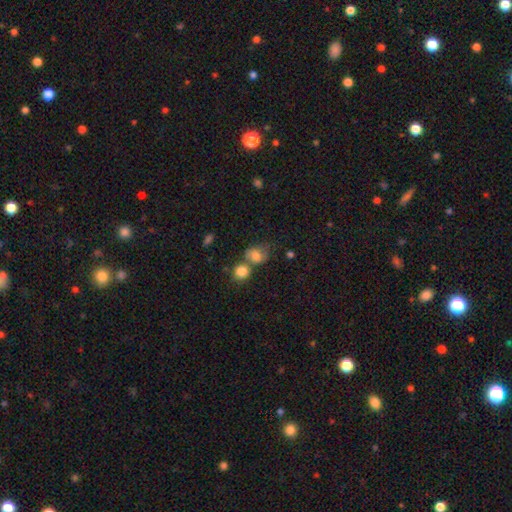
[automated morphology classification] smooth-or-featured: smooth: 75% | featured or disk: 14% | star or artifact: 11%
  how-rounded: round: 59% | in between: 39% | cigar-shaped: 1%
  merging: none: 40% | merger: 36% | minor disturbance: 16% | major disturbance: 8%